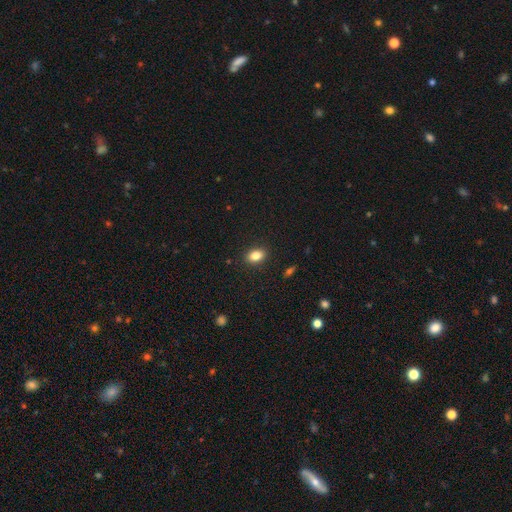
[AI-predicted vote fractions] A smooth galaxy with no disk features (85%) that is in between round and cigar-shaped (79%).

Vote fractions:
- Smooth or featured? smooth: 85% / star or artifact: 9% / featured or disk: 6%
- How rounded? in between: 79% / round: 19% / cigar-shaped: 2%
- Merging? none: 89% / minor disturbance: 8% / major disturbance: 2% / merger: 1%